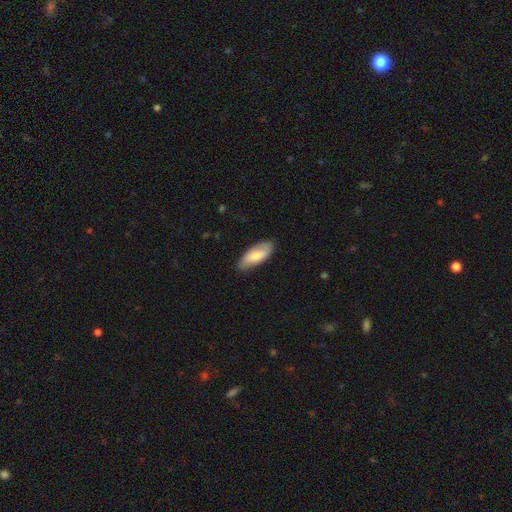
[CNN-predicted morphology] A smooth galaxy with no disk features (74%) that is in between round and cigar-shaped (79%).

Vote fractions:
- Smooth or featured? smooth: 74% / featured or disk: 21% / star or artifact: 5%
- How rounded? in between: 79% / cigar-shaped: 19% / round: 2%
- Merging? none: 81% / minor disturbance: 15% / major disturbance: 3% / merger: 1%